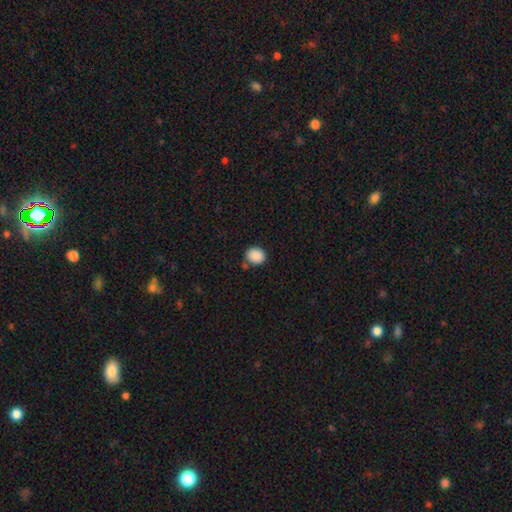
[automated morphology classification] The model was most divided on "how rounded": round: 65%, in between: 34%, cigar-shaped: 1%. More confident: smooth or featured — smooth (89%); merging — none (78%).